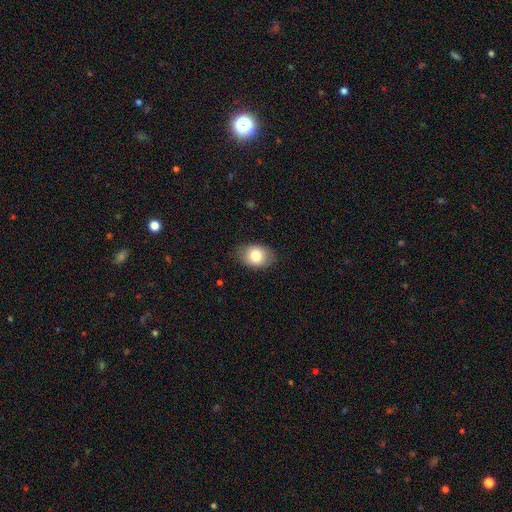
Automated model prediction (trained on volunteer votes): Morphology: type=smooth (81%); roundness=in between (77%); merging=none (83%).